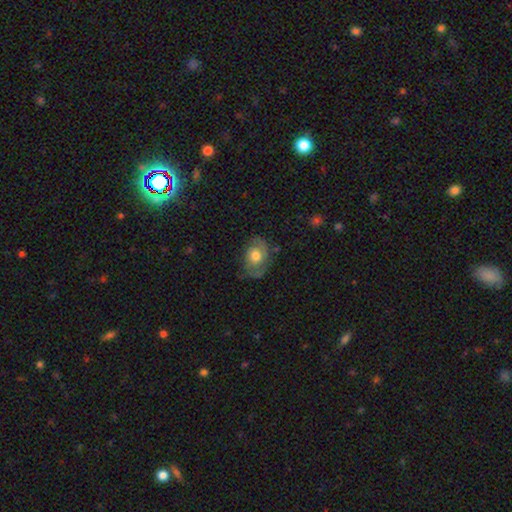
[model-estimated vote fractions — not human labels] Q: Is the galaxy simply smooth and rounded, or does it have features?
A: smooth — 47%.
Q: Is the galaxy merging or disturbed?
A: none — 62%.